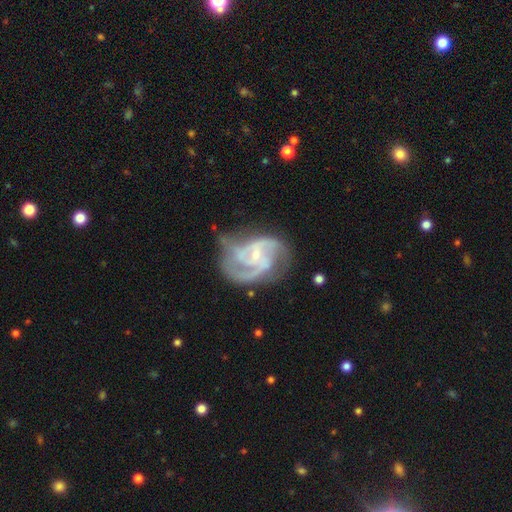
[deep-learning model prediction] featured or disk 90%, smooth 5%, star or artifact 5%. Down the decision tree: edge-on disk — no (98%); bar — weak (45%); spiral arms — yes (97%); spiral arm count — 2 (52%); spiral winding — medium (55%); bulge size — small (75%); merging — none (52%).